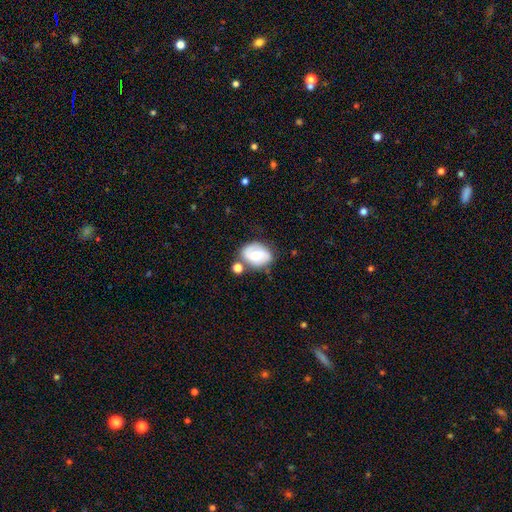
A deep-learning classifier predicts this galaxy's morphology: A featured or disk galaxy (56%) with no bar (54%), spiral arms (83%) and a moderate central bulge (55%).

Vote fractions:
- Smooth or featured? featured or disk: 56% / smooth: 36% / star or artifact: 8%
- Edge-on disk? no: 97% / yes: 3%
- Bar? no: 54% / weak: 36% / strong: 9%
- Spiral arms? yes: 83% / no: 17%
- Bulge size? moderate: 55% / small: 35% / large: 5% / none: 3% / dominant: 1%
- Merging? none: 59% / minor disturbance: 21% / merger: 14% / major disturbance: 7%